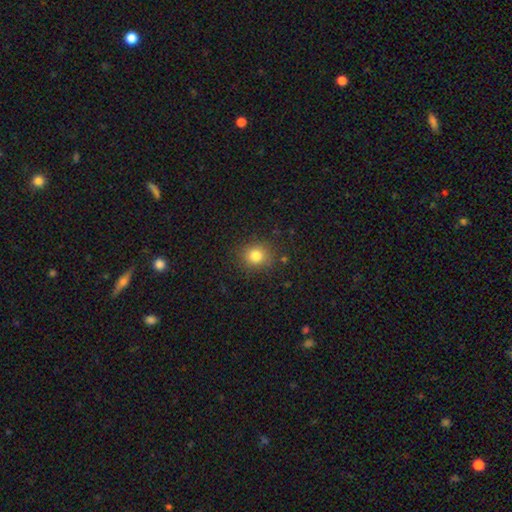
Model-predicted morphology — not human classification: smooth_or_featured: smooth (p=0.80) [alt: star or artifact p=0.13]
how_rounded: round (p=0.80) [alt: in between p=0.19]
merging: none (p=0.85) [alt: minor disturbance p=0.10]